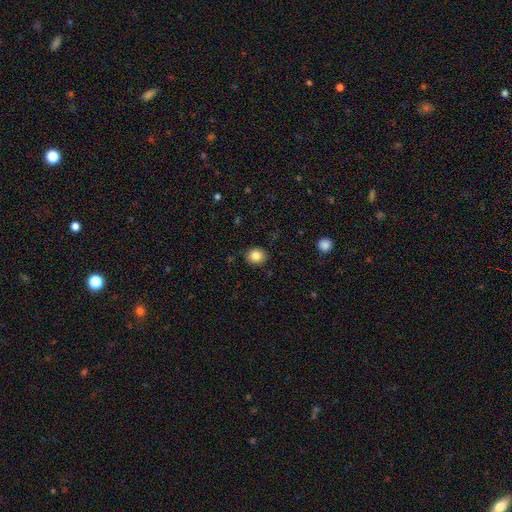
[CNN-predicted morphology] smooth 84%, star or artifact 10%, featured or disk 7%. Down the decision tree: how rounded — round (67%); merging — none (88%).